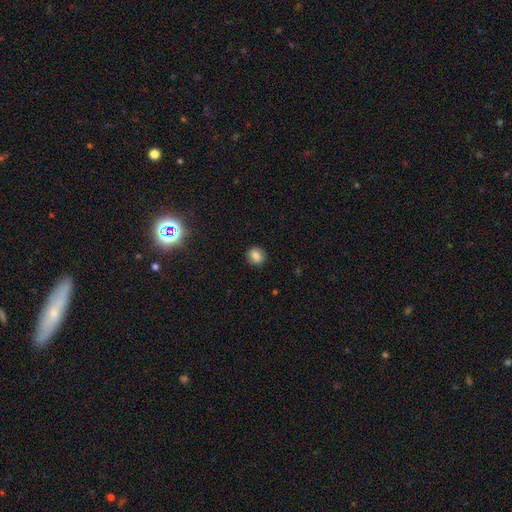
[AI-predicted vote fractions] Smooth or featured: smooth — 79% (star or artifact — 11%)
How rounded: round — 77% (in between — 22%)
Merging: none — 89% (minor disturbance — 8%)